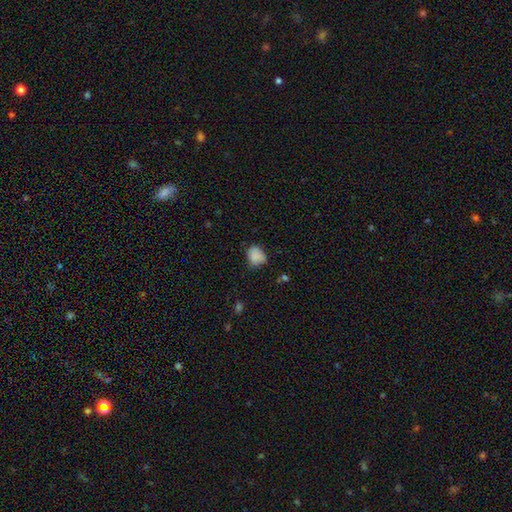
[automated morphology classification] smooth 83%, star or artifact 10%, featured or disk 8%. Down the decision tree: how rounded — round (51%); merging — none (61%).